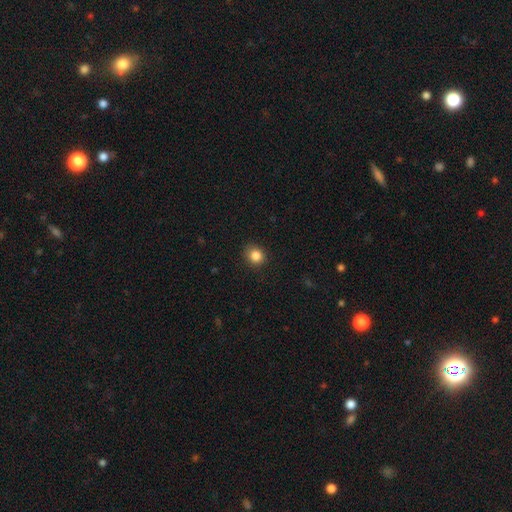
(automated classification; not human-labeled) This is clearly a smooth galaxy (85%). How rounded: clearly round (82%). Merging: clearly none (88%).